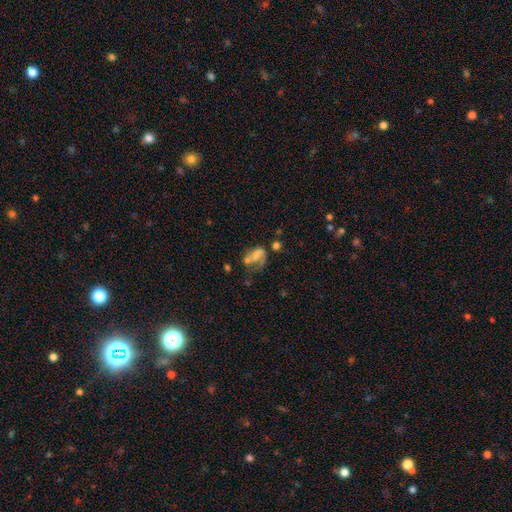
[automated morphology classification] Smooth or featured? featured or disk (58%)
Edge-on disk? no (97%)
Bar? no (57%)
Spiral arms? yes (66%)
Bulge size? none (34%)
Merging? major disturbance (35%)